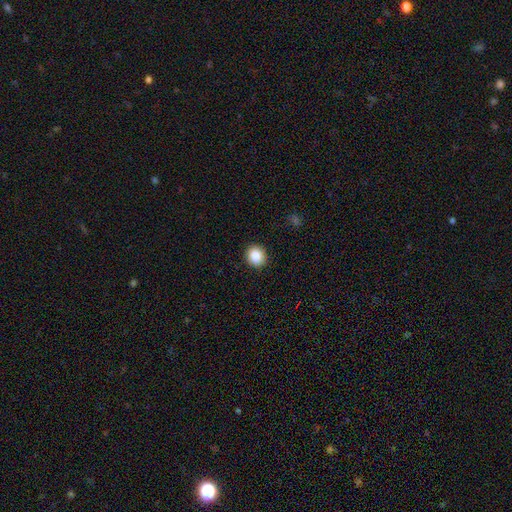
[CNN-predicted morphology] Smooth or featured? Predicted: smooth (p=0.87). How rounded? Predicted: round (p=0.82). Merging? Predicted: none (p=0.91).